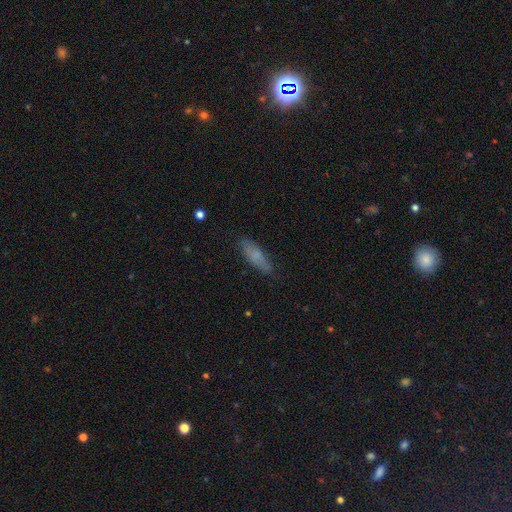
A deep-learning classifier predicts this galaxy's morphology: smooth-or-featured: smooth: 76% | featured or disk: 17% | star or artifact: 8%
  how-rounded: cigar-shaped: 55% | in between: 43% | round: 2%
  merging: none: 81% | minor disturbance: 15% | major disturbance: 3% | merger: 1%